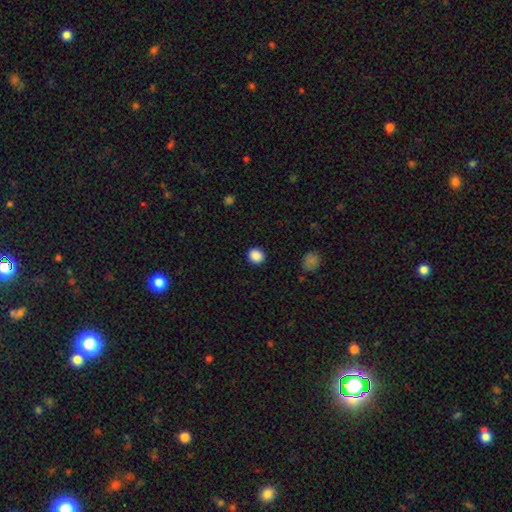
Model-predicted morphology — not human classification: Smooth or featured? Predicted: smooth (p=0.88). How rounded? Predicted: round (p=0.88). Merging? Predicted: none (p=0.91).